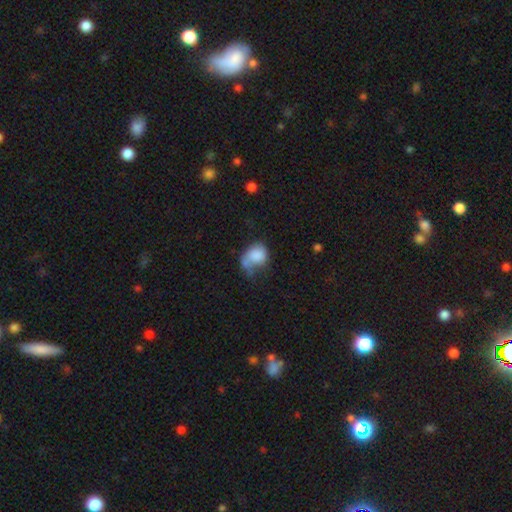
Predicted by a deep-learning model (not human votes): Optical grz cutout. It shows a smooth galaxy with no disk features (75%) that is in between round and cigar-shaped (54%). Merging: major disturbance (32%).